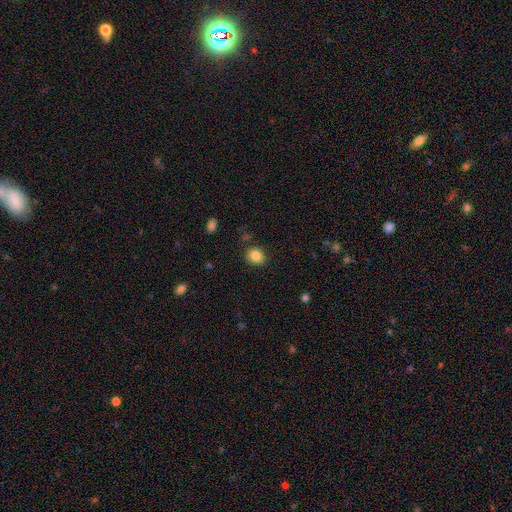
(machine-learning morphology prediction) This appears to be a smooth galaxy with no disk features (85%) that is round (73%). Merging: none (84%).